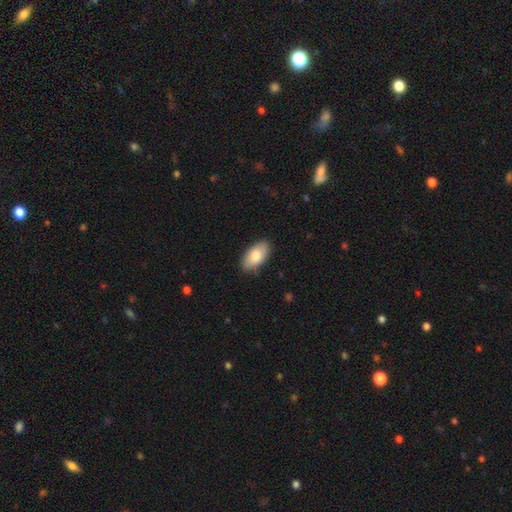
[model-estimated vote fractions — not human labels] Smooth or featured? smooth (82%)
How rounded? in between (94%)
Merging? none (85%)